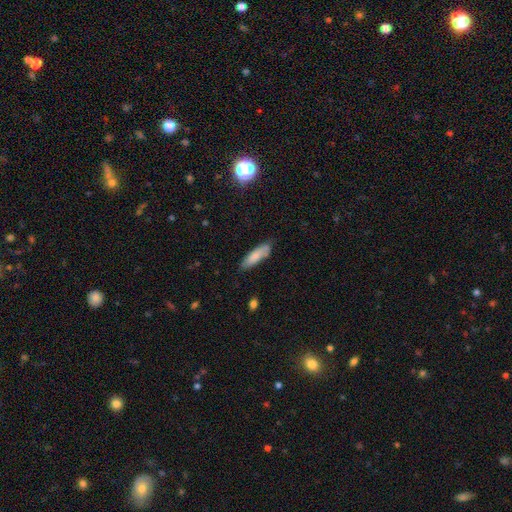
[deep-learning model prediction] The model was most divided on "how rounded": cigar-shaped: 56%, in between: 43%, round: 1%. More confident: smooth or featured — smooth (81%); merging — none (75%).